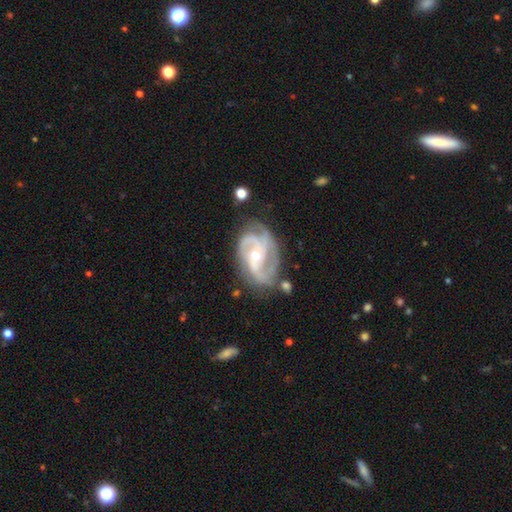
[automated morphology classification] This is clearly a featured or disk galaxy (91%). It is clearly not viewed edge-on (97%). Bar: possibly no (50%). Spiral arm pattern: clearly yes (98%). Spiral arm count: marginally 3 (38%). Spiral winding: possibly medium (46%). Central bulge: possibly small (51%). Merging: likely none (66%).